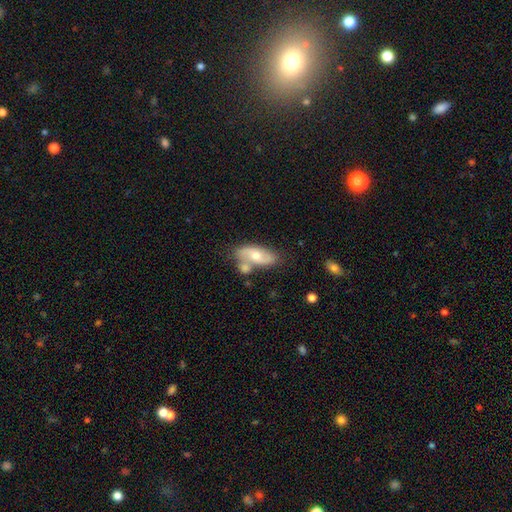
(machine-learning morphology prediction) This is possibly a featured or disk galaxy (47%, tied with smooth). Merging: possibly none (49%).